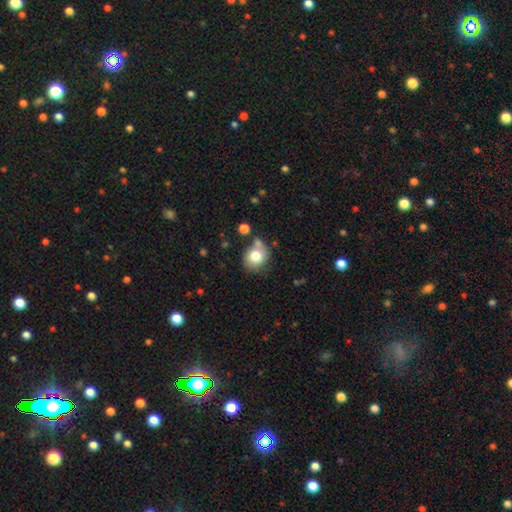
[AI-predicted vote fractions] smooth-or-featured: smooth: 77% | featured or disk: 14% | star or artifact: 10%
  how-rounded: round: 69% | in between: 30% | cigar-shaped: 1%
  merging: none: 58% | minor disturbance: 18% | merger: 18% | major disturbance: 6%